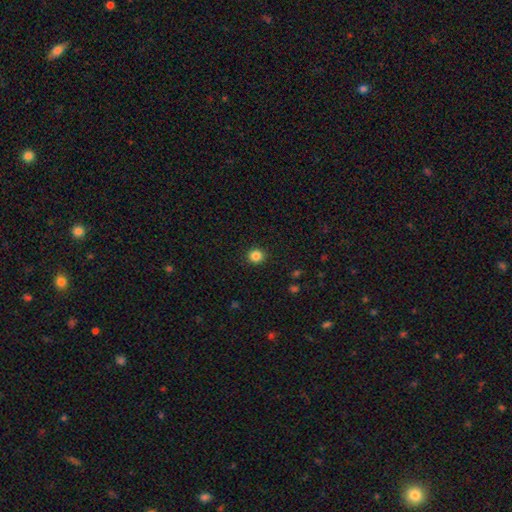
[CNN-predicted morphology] A smooth galaxy with no disk features (85%) that is round (91%). Merging: none (92%).